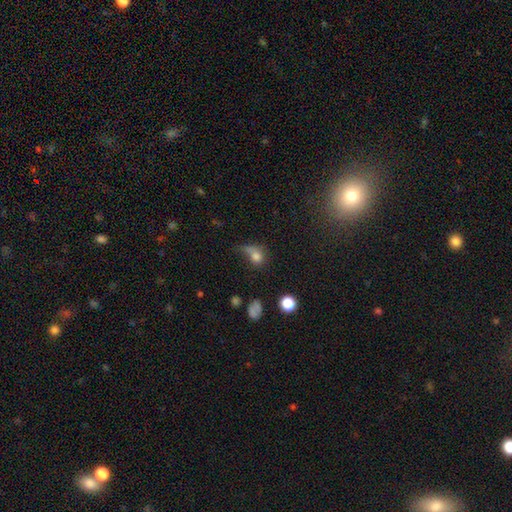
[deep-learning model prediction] smooth 73%, star or artifact 14%, featured or disk 13%. Down the decision tree: how rounded — round (55%); merging — major disturbance (31%, tied with none).